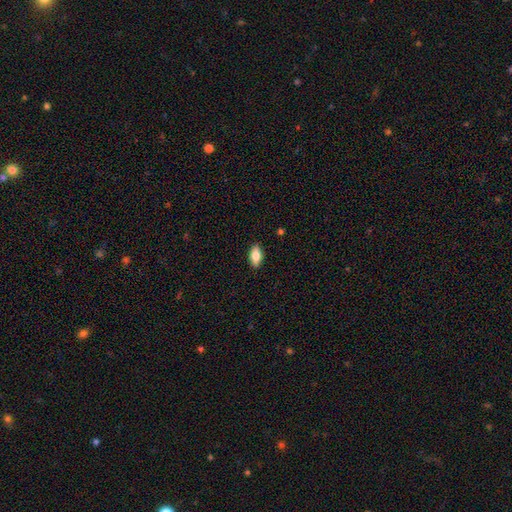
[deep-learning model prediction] The model was most divided on "smooth or featured": smooth: 78%, featured or disk: 15%, star or artifact: 7%. More confident: merging — none (89%); how rounded — in between (88%).